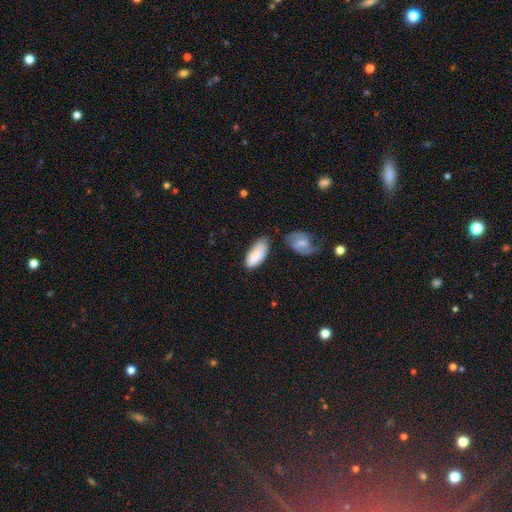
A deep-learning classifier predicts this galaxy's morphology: smooth-or-featured: smooth: 83% | featured or disk: 11% | star or artifact: 6%
  how-rounded: in between: 88% | cigar-shaped: 10% | round: 2%
  merging: none: 48% | minor disturbance: 30% | merger: 13% | major disturbance: 9%